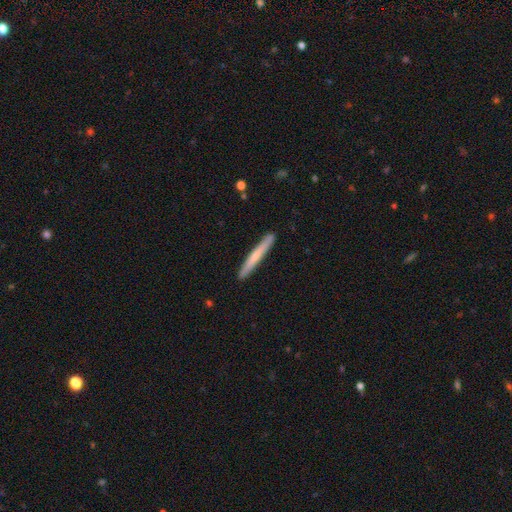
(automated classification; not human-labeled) smooth_or_featured: smooth (p=0.61) [alt: featured or disk p=0.34]
how_rounded: cigar-shaped (p=0.97) [alt: in between p=0.02]
merging: none (p=0.91) [alt: minor disturbance p=0.07]